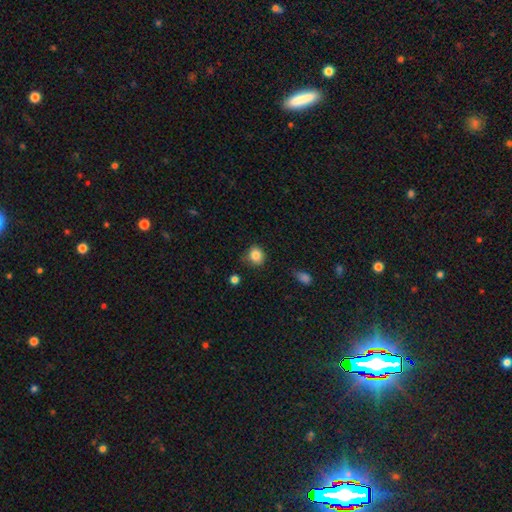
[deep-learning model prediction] Smooth or featured?
  - smooth: 85% *
  - star or artifact: 10%
  - featured or disk: 5%
How rounded?
  - round: 80% *
  - in between: 20%
  - cigar-shaped: 1%
Merging?
  - none: 76% *
  - minor disturbance: 18%
  - major disturbance: 4%
  - merger: 2%